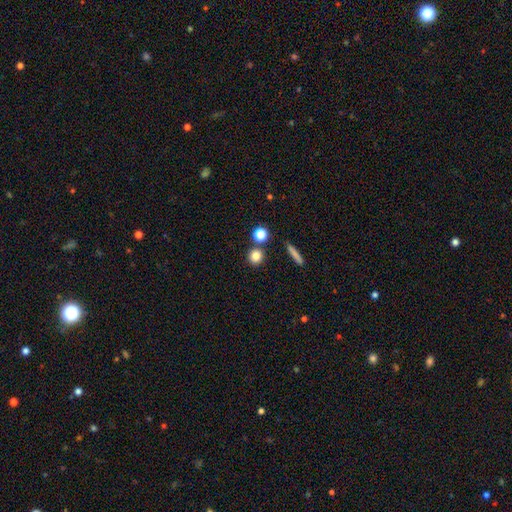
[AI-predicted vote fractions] Smooth or featured? smooth (81%)
How rounded? round (89%)
Merging? none (81%)